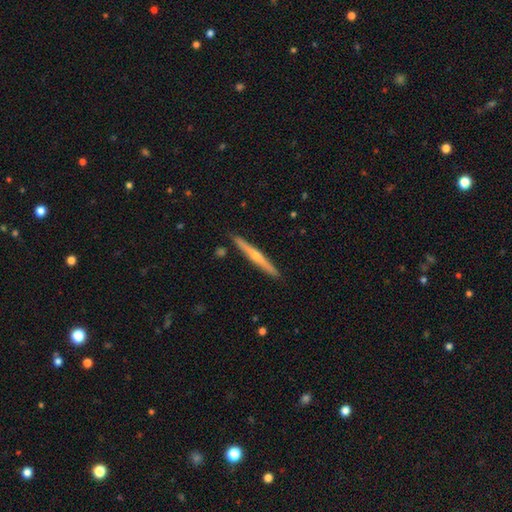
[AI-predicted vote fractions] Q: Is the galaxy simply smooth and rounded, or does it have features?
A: featured or disk — 68%.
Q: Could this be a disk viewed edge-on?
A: yes — 97%.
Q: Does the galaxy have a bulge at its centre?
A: rounded — 76%.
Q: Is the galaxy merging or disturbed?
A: none — 89%.